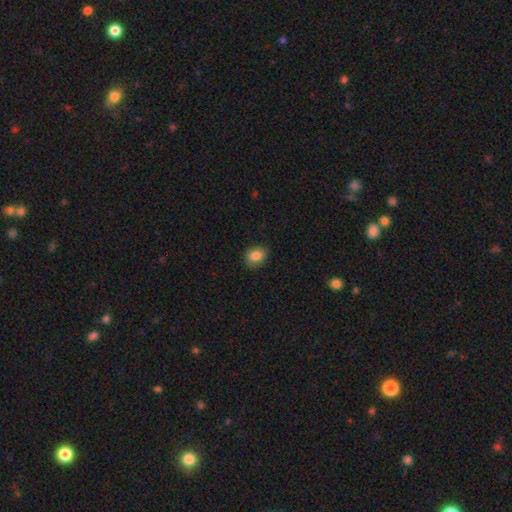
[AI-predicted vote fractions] Q: Smooth or featured?
A: smooth (85%); runner-up: star or artifact (9%)
Q: How rounded?
A: in between (57%); runner-up: round (42%)
Q: Merging?
A: none (86%); runner-up: minor disturbance (11%)